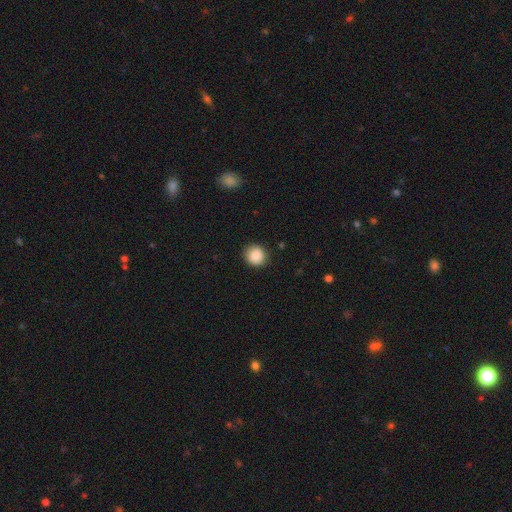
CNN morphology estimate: Smooth or featured? smooth (88%)
How rounded? round (89%)
Merging? none (89%)